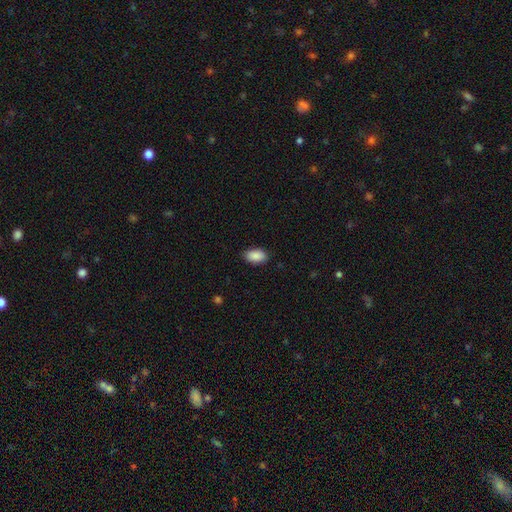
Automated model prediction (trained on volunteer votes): Overall: smooth (90%). How rounded: in between (93%). Merging: none (87%).